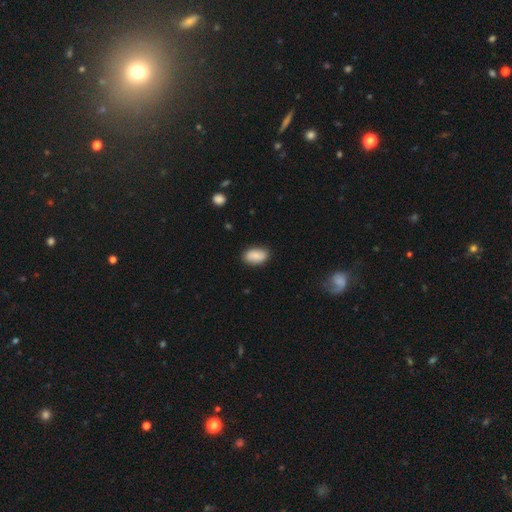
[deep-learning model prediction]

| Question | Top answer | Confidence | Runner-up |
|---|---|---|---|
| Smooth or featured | smooth | 86% | star or artifact (7%) |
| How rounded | in between | 92% | round (5%) |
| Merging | none | 85% | minor disturbance (11%) |